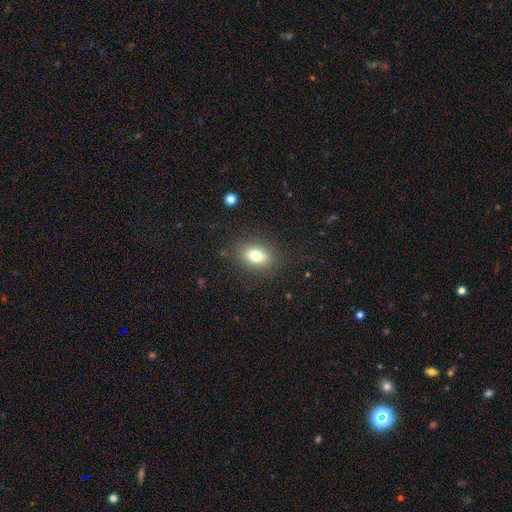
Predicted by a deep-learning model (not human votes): Smooth or featured? Predicted: smooth (p=0.79). How rounded? Predicted: in between (p=0.78). Merging? Predicted: none (p=0.85).